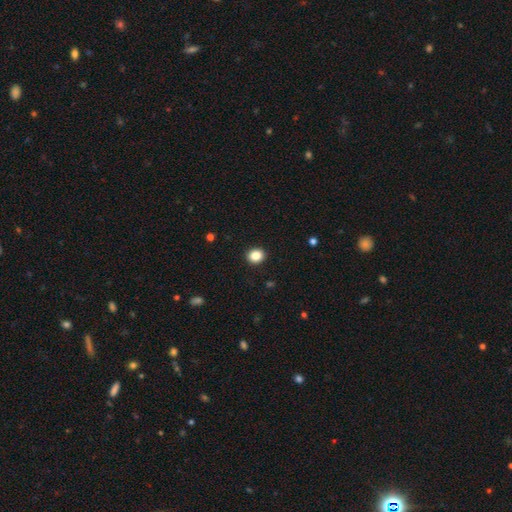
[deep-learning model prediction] Overall: smooth (86%). How rounded: round (72%). Merging: none (92%).